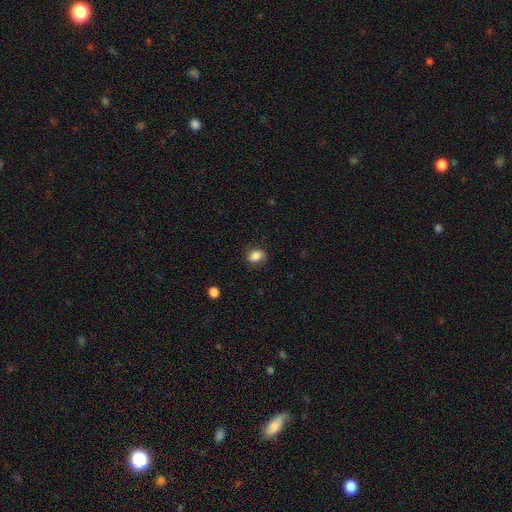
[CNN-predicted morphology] Smooth or featured: smooth — 77% (featured or disk — 13%)
How rounded: in between — 61% (round — 38%)
Merging: none — 75% (minor disturbance — 17%)